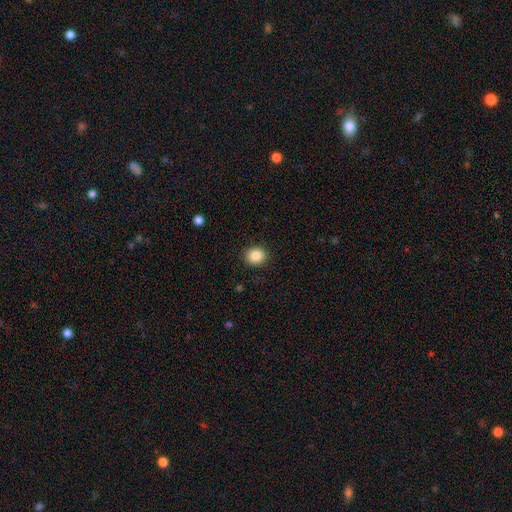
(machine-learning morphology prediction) A smooth galaxy with no disk features (85%) that is round (77%).

Vote fractions:
- Smooth or featured? smooth: 85% / star or artifact: 9% / featured or disk: 5%
- How rounded? round: 77% / in between: 22% / cigar-shaped: 1%
- Merging? none: 91% / minor disturbance: 6% / major disturbance: 2% / merger: 1%